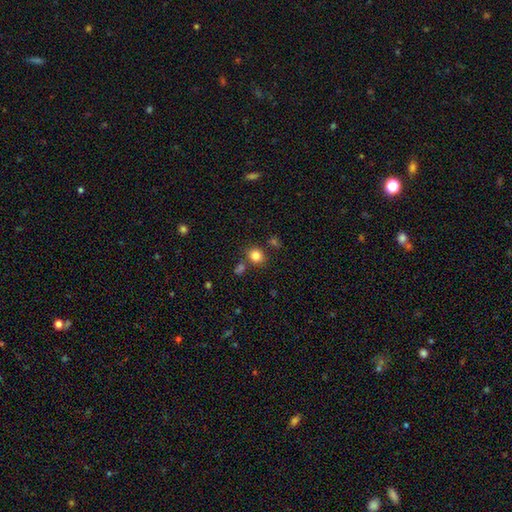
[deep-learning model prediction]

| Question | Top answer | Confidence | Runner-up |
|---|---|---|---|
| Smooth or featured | smooth | 82% | star or artifact (12%) |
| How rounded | round | 79% | in between (20%) |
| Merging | none | 77% | merger (10%) |